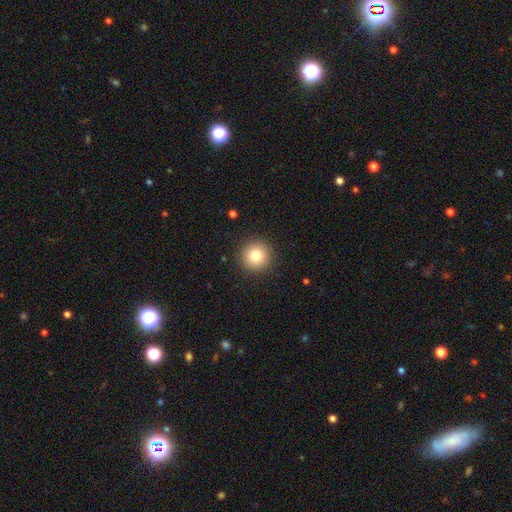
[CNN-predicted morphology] This is clearly a smooth galaxy (81%). How rounded: clearly round (95%). Merging: clearly none (92%).